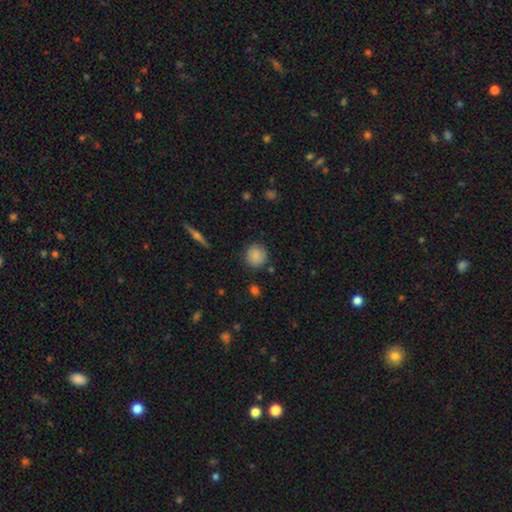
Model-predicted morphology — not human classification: The model was most divided on "merging": none: 85%, minor disturbance: 10%, major disturbance: 3%, merger: 2%. More confident: how rounded — round (91%); smooth or featured — smooth (84%).